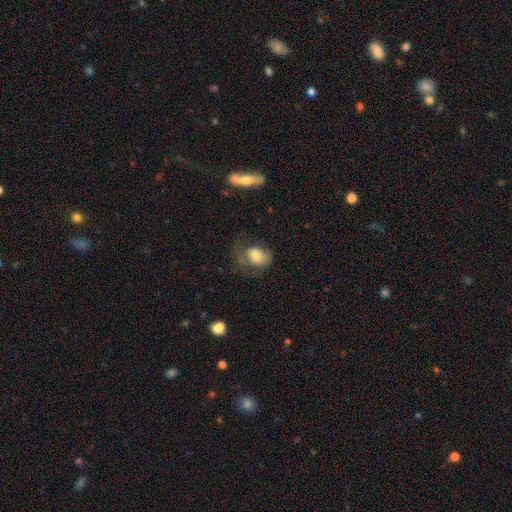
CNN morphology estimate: A smooth galaxy with no disk features (69%) that is in between round and cigar-shaped (54%).

Vote fractions:
- Smooth or featured? smooth: 69% / featured or disk: 23% / star or artifact: 8%
- How rounded? in between: 54% / round: 45% / cigar-shaped: 1%
- Merging? none: 37% / major disturbance: 35% / minor disturbance: 25% / merger: 2%